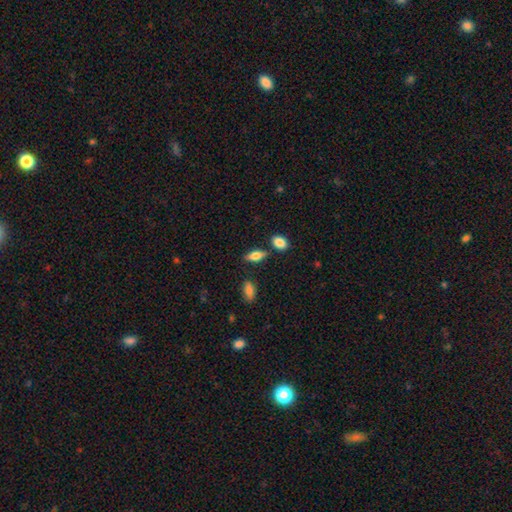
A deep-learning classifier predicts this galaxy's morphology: Smooth or featured?
  - smooth: 66% *
  - featured or disk: 26%
  - star or artifact: 8%
How rounded?
  - in between: 76% *
  - cigar-shaped: 19%
  - round: 5%
Merging?
  - none: 77% *
  - minor disturbance: 12%
  - merger: 8%
  - major disturbance: 3%